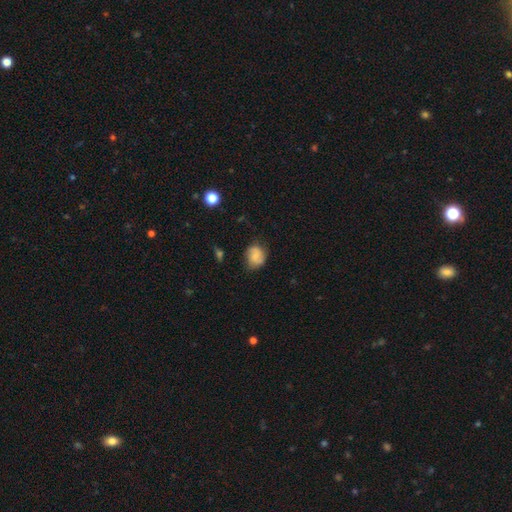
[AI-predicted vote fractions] smooth 67%, featured or disk 25%, star or artifact 9%. Down the decision tree: how rounded — round (58%); merging — none (65%).